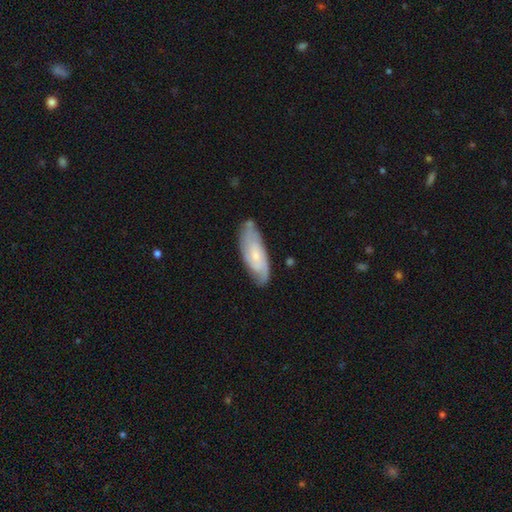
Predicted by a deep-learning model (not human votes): Morphology: type=featured or disk (63%); edge-on=no (87%); bar=no (65%); spiral arms=yes (89%); bulge=small (65%); merging=none (73%).